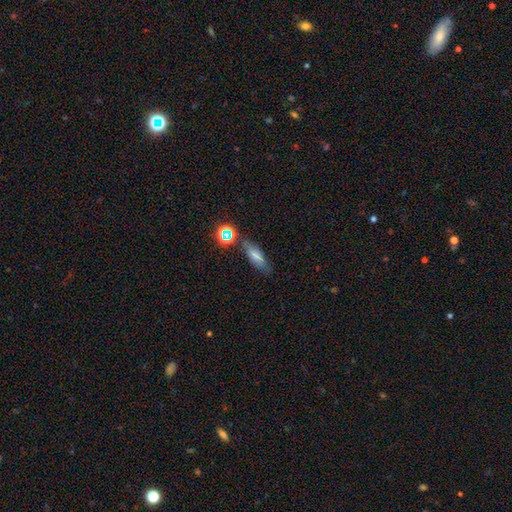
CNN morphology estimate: A smooth galaxy with no disk features (66%) that is in between round and cigar-shaped (58%). Merging: none (68%).